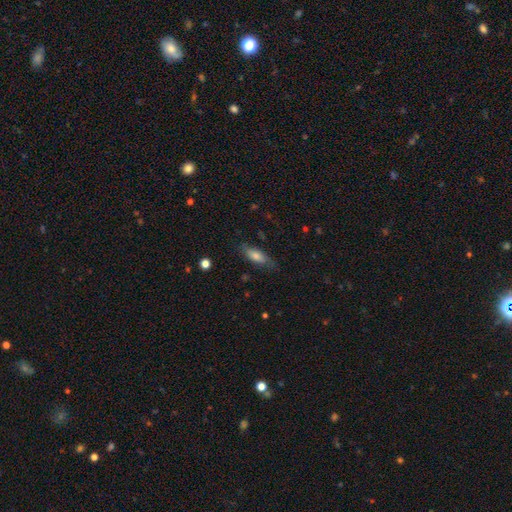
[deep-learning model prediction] Overall: smooth (65%; featured or disk 26%). How rounded: in between (55%; cigar-shaped 43%). Merging: none (76%).